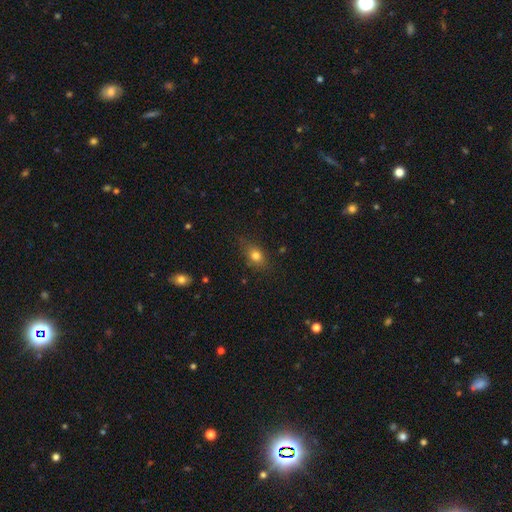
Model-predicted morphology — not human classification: A smooth galaxy with no disk features (78%) that is in between round and cigar-shaped (67%).

Vote fractions:
- Smooth or featured? smooth: 78% / featured or disk: 11% / star or artifact: 11%
- How rounded? in between: 67% / round: 28% / cigar-shaped: 5%
- Merging? none: 74% / minor disturbance: 19% / major disturbance: 5% / merger: 2%